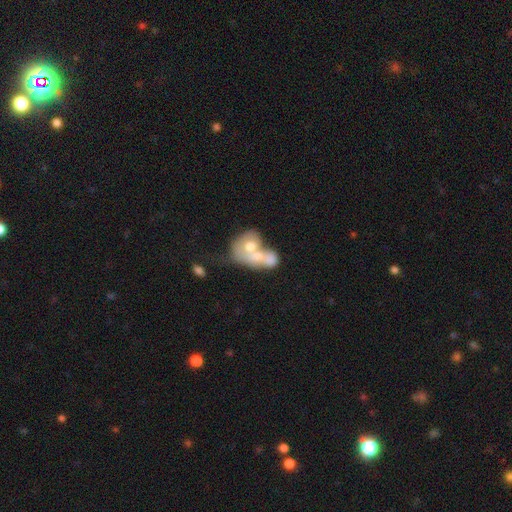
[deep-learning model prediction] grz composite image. It shows a smooth galaxy with no disk features (47%). Merging: merger (76%).